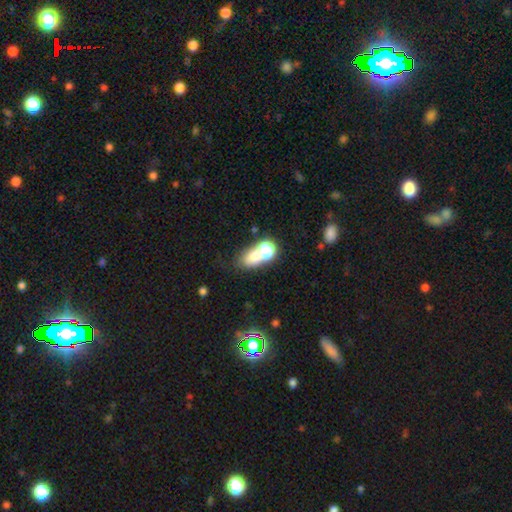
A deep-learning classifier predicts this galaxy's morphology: smooth 69%, featured or disk 18%, star or artifact 13%. Down the decision tree: how rounded — in between (66%); merging — merger (59%).